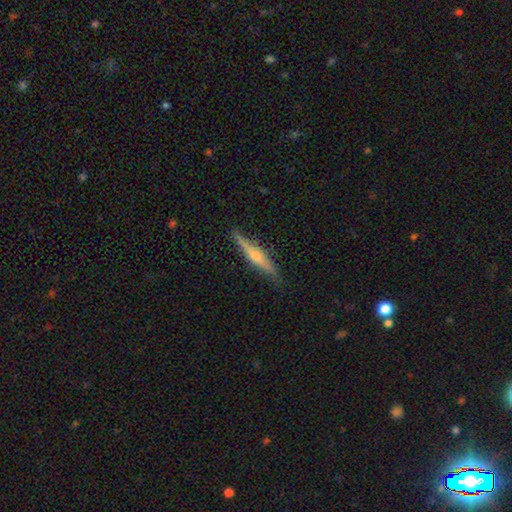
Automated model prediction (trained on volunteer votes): This appears to be a featured or disk galaxy (68%) viewed edge-on (97%) with a rounded central bulge (86%). Merging: none (85%).